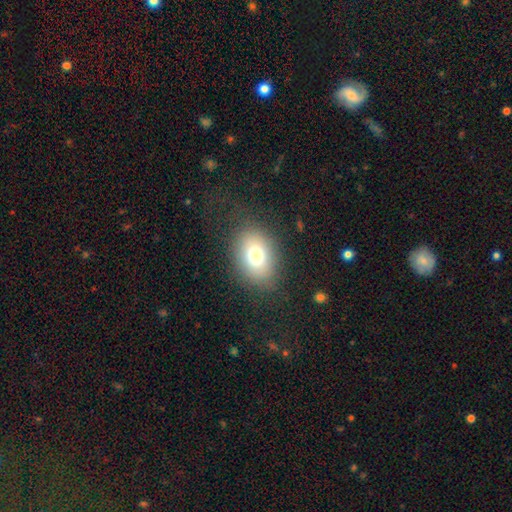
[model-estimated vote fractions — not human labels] A smooth galaxy with no disk features (75%) that is in between round and cigar-shaped (68%).

Vote fractions:
- Smooth or featured? smooth: 75% / featured or disk: 13% / star or artifact: 12%
- How rounded? in between: 68% / round: 31% / cigar-shaped: 1%
- Merging? none: 80% / minor disturbance: 12% / major disturbance: 7% / merger: 1%